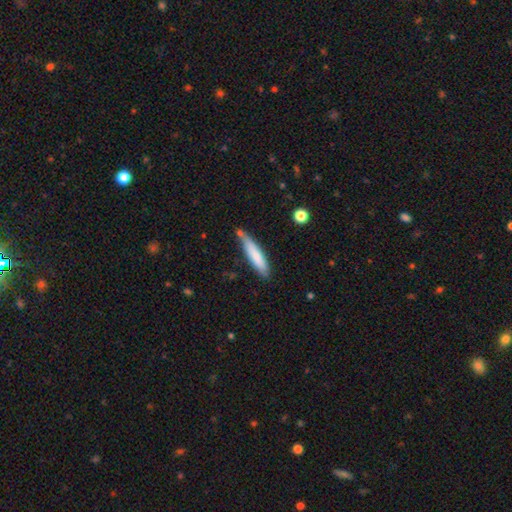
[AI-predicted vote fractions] Q: Smooth or featured?
A: smooth (76%); runner-up: featured or disk (19%)
Q: How rounded?
A: cigar-shaped (85%); runner-up: in between (13%)
Q: Merging?
A: none (68%); runner-up: minor disturbance (21%)